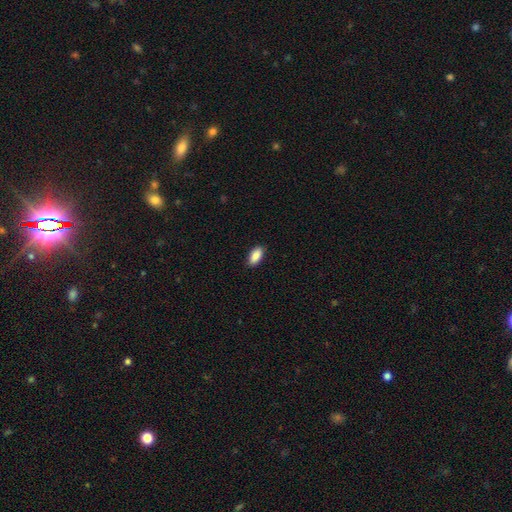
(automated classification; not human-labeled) Smooth or featured? Predicted: smooth (p=0.89). How rounded? Predicted: in between (p=0.92). Merging? Predicted: none (p=0.88).